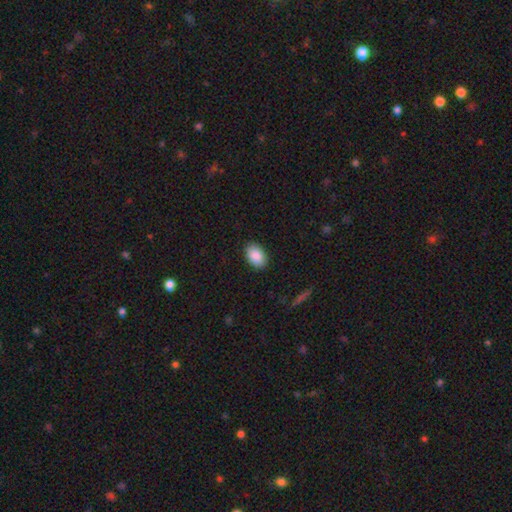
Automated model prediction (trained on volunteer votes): Q: Smooth or featured?
A: smooth (89%); runner-up: star or artifact (7%)
Q: How rounded?
A: in between (88%); runner-up: round (11%)
Q: Merging?
A: none (89%); runner-up: minor disturbance (8%)